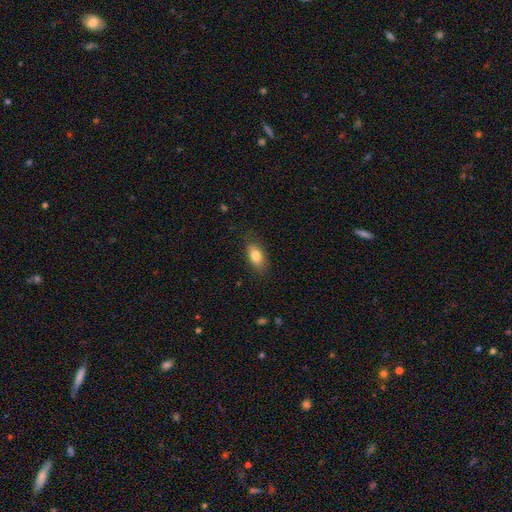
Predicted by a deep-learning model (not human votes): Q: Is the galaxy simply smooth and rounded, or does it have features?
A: smooth — 80%.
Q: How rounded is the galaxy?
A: in between — 87%.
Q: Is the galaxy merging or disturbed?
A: none — 83%.